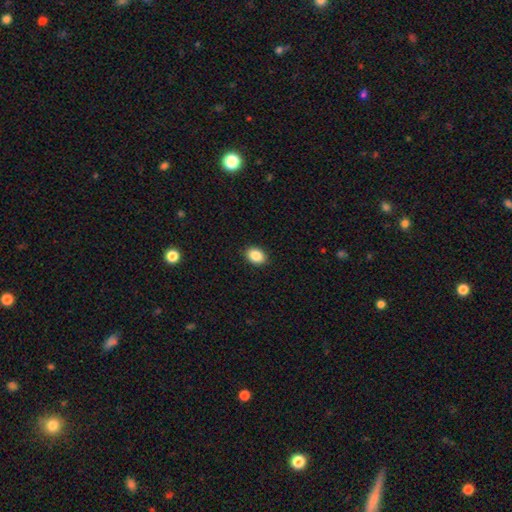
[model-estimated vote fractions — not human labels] Smooth or featured? smooth (88%)
How rounded? in between (74%)
Merging? none (90%)